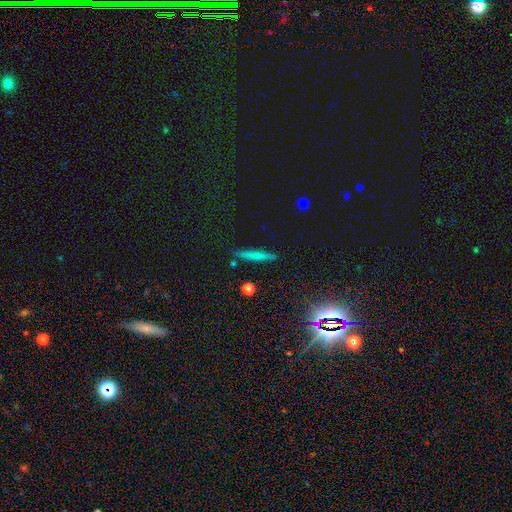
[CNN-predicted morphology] A smooth galaxy with no disk features (60%) that is cigar-shaped (92%). Merging: none (87%).